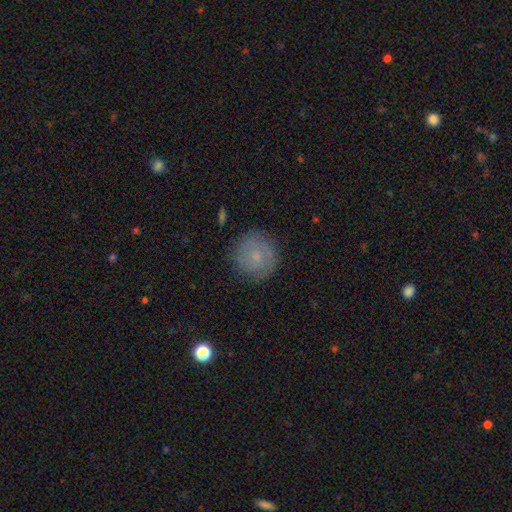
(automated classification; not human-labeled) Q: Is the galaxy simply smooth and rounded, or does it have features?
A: smooth — 62%.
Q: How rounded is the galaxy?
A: round — 93%.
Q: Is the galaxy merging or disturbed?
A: none — 84%.